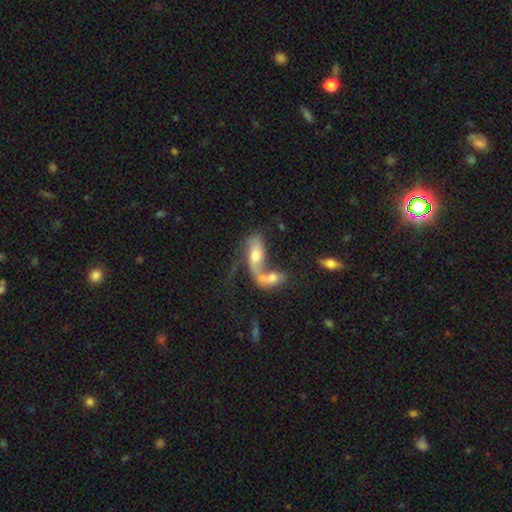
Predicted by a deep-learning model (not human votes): This appears to be a featured or disk galaxy (54%). Merging: merger (68%).